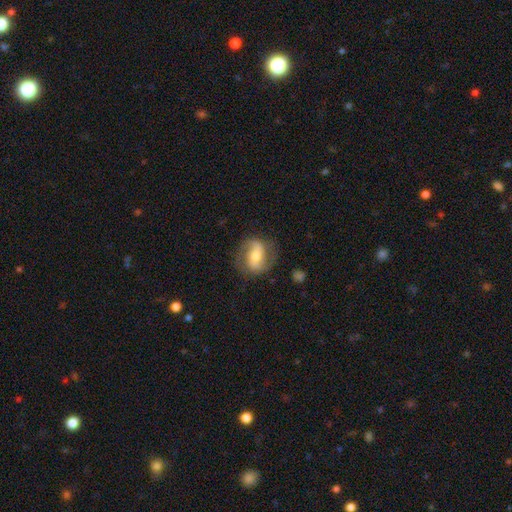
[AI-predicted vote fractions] This is likely a featured or disk galaxy (73%). It is clearly not viewed edge-on (96%). Bar: marginally weak (39%). Spiral arm pattern: clearly yes (91%). Spiral arm count: clearly 2 (88%). Spiral winding: possibly medium (45%). Central bulge: possibly moderate (60%). Merging: likely none (75%).